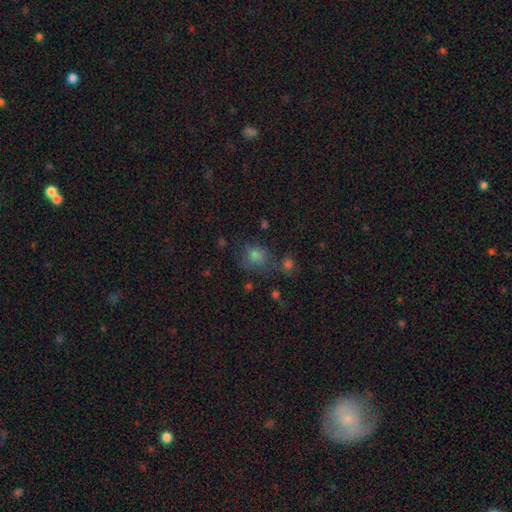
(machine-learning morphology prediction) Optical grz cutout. It shows a smooth galaxy with no disk features (63%) that is round (66%). Merging: none (58%).